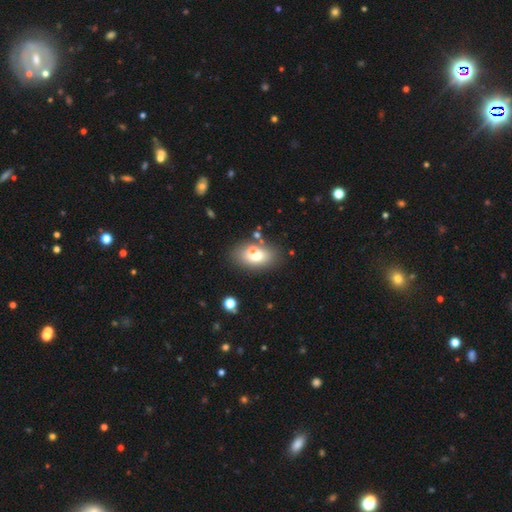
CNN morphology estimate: Q: Smooth or featured?
A: smooth (69%); runner-up: featured or disk (20%)
Q: How rounded?
A: in between (86%); runner-up: round (11%)
Q: Merging?
A: none (63%); runner-up: merger (17%)